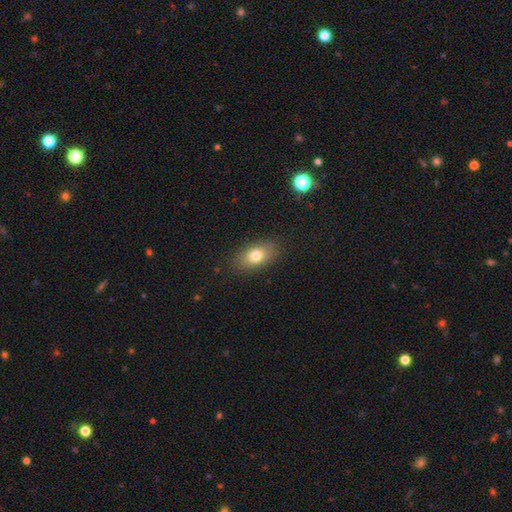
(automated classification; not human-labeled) Morphology: type=smooth (77%); roundness=in between (85%); merging=none (86%).